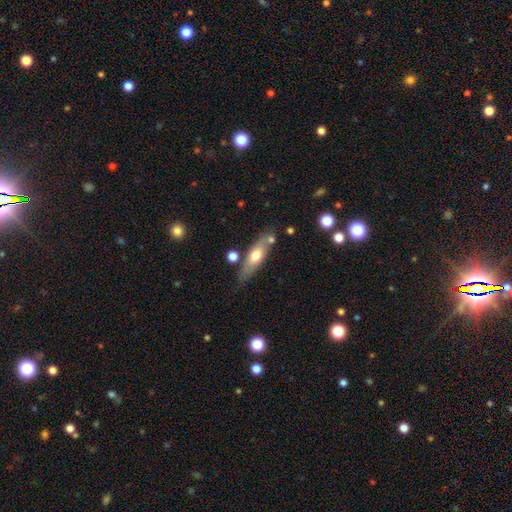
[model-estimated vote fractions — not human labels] This appears to be a smooth galaxy with no disk features (57%) that is in between round and cigar-shaped (52%). Merging: none (68%).